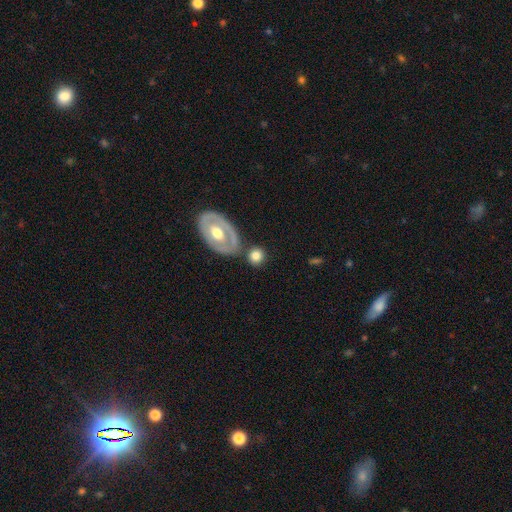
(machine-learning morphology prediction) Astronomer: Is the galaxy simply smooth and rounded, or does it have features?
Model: smooth — 70%.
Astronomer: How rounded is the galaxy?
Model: round — 72%.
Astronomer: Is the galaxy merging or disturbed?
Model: none — 71%.